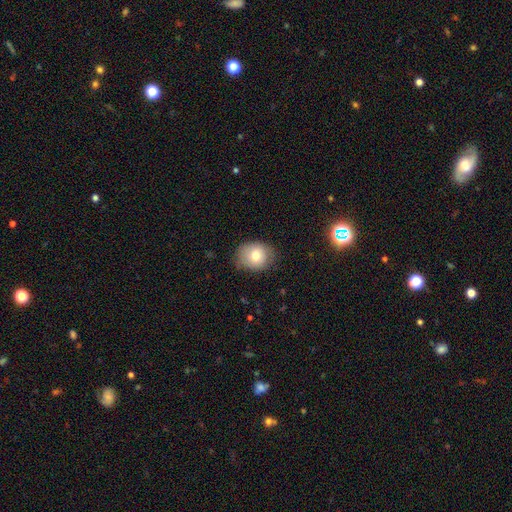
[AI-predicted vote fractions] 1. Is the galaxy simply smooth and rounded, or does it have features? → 74% smooth, 16% featured or disk, 9% star or artifact.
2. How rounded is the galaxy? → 58% round, 41% in between, 1% cigar-shaped.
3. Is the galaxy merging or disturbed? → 75% none, 20% minor disturbance, 4% major disturbance, 1% merger.